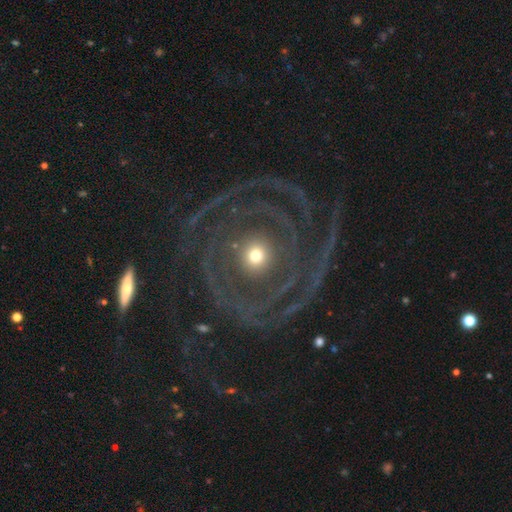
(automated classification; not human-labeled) Smooth or featured?
  - featured or disk: 78% *
  - smooth: 12%
  - star or artifact: 10%
Edge-on disk?
  - no: 96% *
  - yes: 4%
Bar?
  - no: 82% *
  - weak: 12%
  - strong: 7%
Spiral arms?
  - yes: 85% *
  - no: 15%
Spiral winding?
  - tight: 63% *
  - medium: 24%
  - loose: 13%
Spiral arm count?
  - can't tell: 27% *
  - 2: 23%
  - 3: 15%
  - more than 4: 13%
  - 4: 12%
  - 1: 11%
Bulge size?
  - small: 50% *
  - moderate: 39%
  - large: 7%
  - dominant: 2%
  - none: 2%
Merging?
  - none: 74% *
  - major disturbance: 13%
  - minor disturbance: 12%
  - merger: 2%